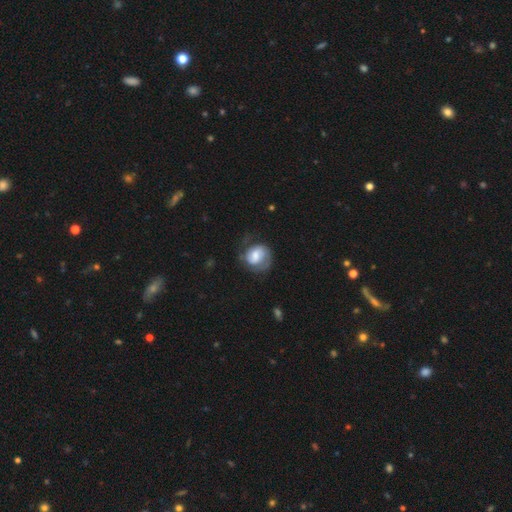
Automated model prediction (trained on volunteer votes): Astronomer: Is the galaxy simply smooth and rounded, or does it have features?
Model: featured or disk — 61%.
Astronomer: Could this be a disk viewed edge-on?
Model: no — 98%.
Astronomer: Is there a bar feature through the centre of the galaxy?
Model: weak — 45% (runner-up: no, 40%).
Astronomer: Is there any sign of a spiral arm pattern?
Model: yes — 86%.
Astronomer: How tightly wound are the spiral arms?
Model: tight — 41% (runner-up: medium, 40%).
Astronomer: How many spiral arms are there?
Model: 2 — 63%.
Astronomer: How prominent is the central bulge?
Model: moderate — 39% (runner-up: large, 26%).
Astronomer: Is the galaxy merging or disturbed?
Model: none — 55%.